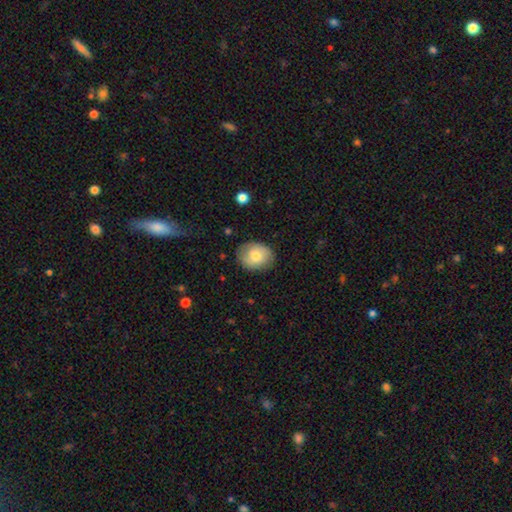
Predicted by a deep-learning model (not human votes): A smooth galaxy with no disk features (74%) that is round (50%). Merging: none (80%).